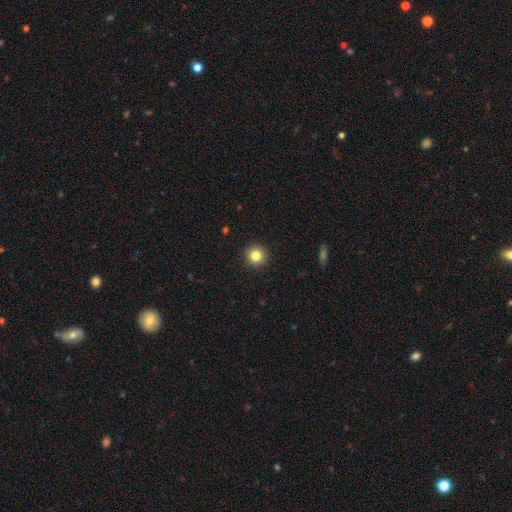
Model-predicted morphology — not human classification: Smooth or featured?
  - smooth: 83% *
  - star or artifact: 11%
  - featured or disk: 6%
How rounded?
  - round: 95% *
  - in between: 4%
  - cigar-shaped: 1%
Merging?
  - none: 93% *
  - minor disturbance: 5%
  - major disturbance: 2%
  - merger: 1%